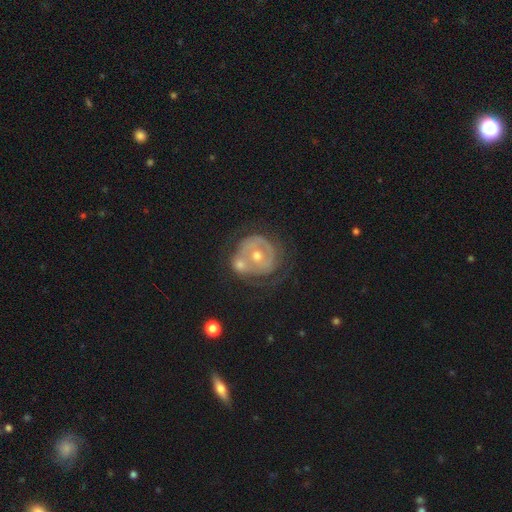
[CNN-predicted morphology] Smooth or featured? featured or disk (71%)
Edge-on disk? no (97%)
Bar? no (75%)
Spiral arms? yes (52%)
Bulge size? moderate (63%)
Merging? none (45%)